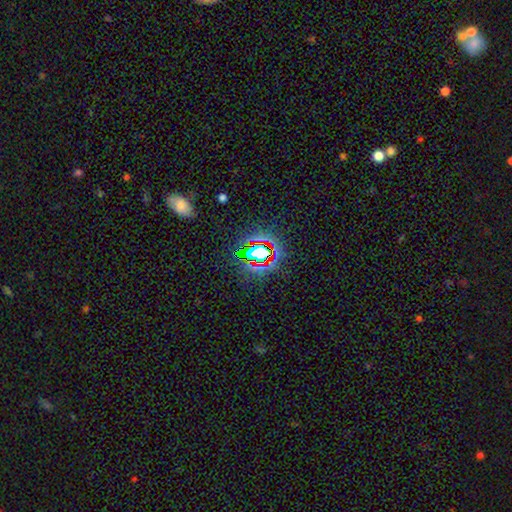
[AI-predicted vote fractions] Smooth or featured?
  - star or artifact: 69% *
  - smooth: 19%
  - featured or disk: 12%